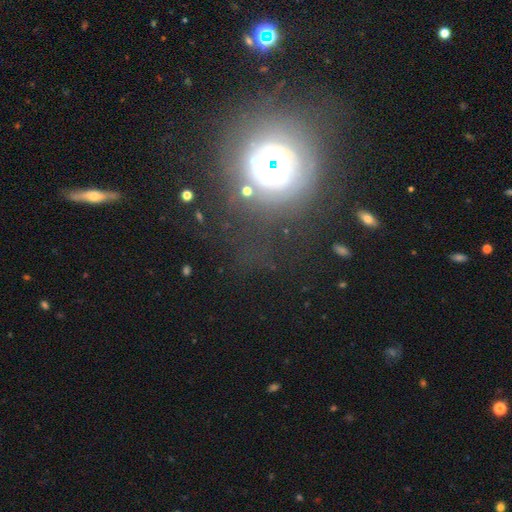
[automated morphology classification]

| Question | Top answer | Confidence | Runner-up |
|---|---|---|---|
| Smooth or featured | star or artifact | 76% | smooth (14%) |